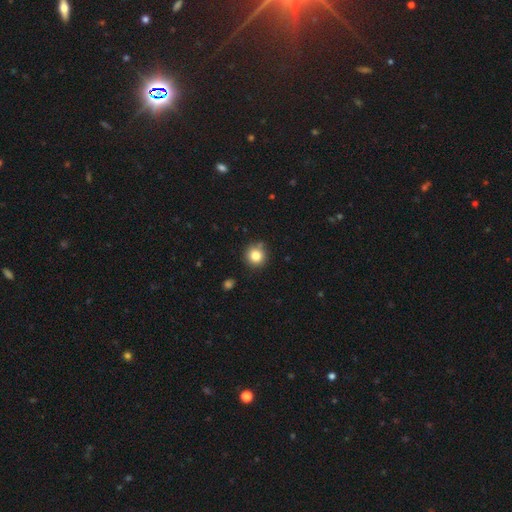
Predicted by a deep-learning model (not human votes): Smooth or featured? smooth (83%)
How rounded? round (93%)
Merging? none (83%)